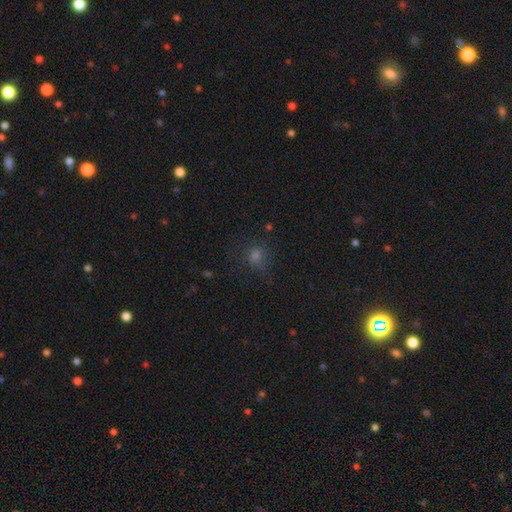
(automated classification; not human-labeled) Smooth or featured: smooth — 58% (star or artifact — 32%)
How rounded: round — 81% (in between — 18%)
Merging: none — 74% (minor disturbance — 16%)